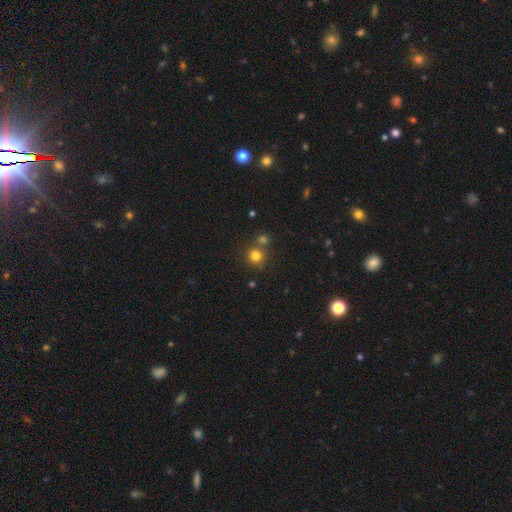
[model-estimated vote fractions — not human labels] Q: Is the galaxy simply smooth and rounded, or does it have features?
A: smooth — 80%.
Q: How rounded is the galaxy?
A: round — 90%.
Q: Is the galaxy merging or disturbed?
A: none — 68%.